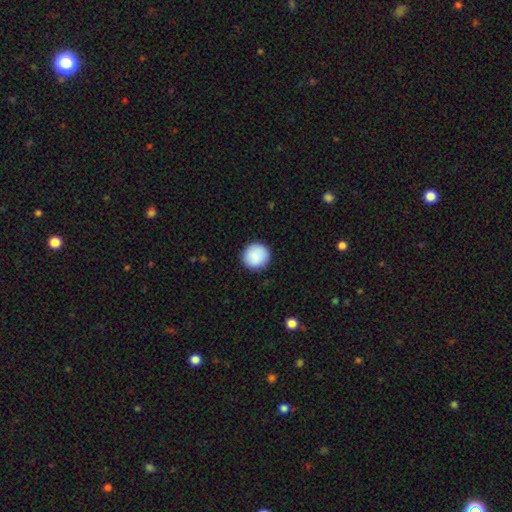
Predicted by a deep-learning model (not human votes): smooth_or_featured: smooth (p=0.89) [alt: star or artifact p=0.06]
how_rounded: round (p=0.95) [alt: in between p=0.05]
merging: none (p=0.91) [alt: minor disturbance p=0.06]